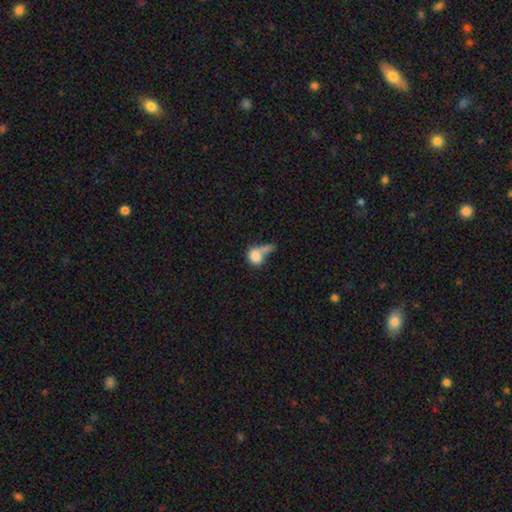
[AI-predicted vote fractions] smooth_or_featured: smooth (p=0.78) [alt: featured or disk p=0.14]
how_rounded: round (p=0.52) [alt: in between p=0.45]
merging: merger (p=0.43) [alt: none p=0.24]